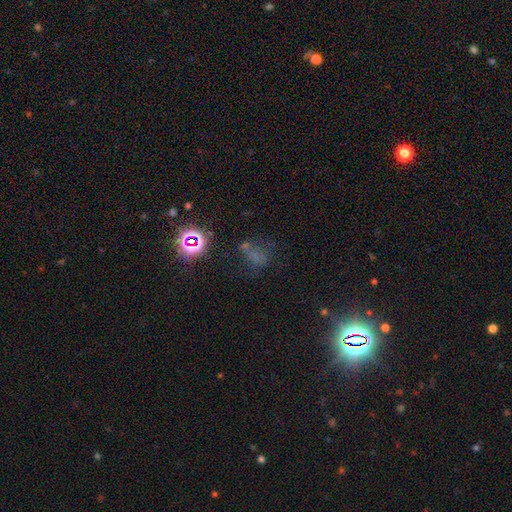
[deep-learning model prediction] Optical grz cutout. It shows a star or artifact, not a galaxy (43%).